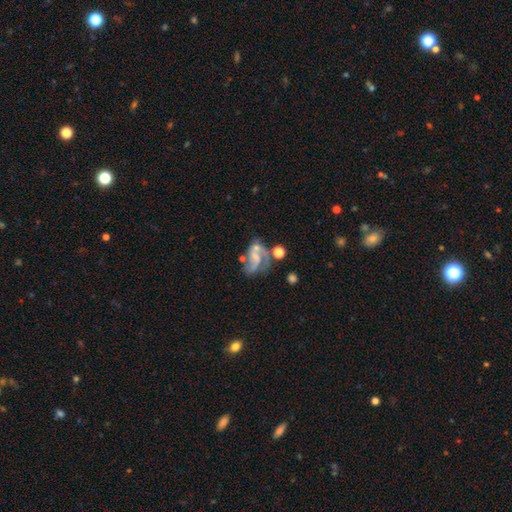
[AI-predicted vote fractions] Overall: featured or disk (66%). Edge-on disk: no (97%). Bar: no (56%; weak 31%). Spiral arms: yes (71%). Bulge size: none (50%; small 31%). Merging: major disturbance (32%; none 27%).